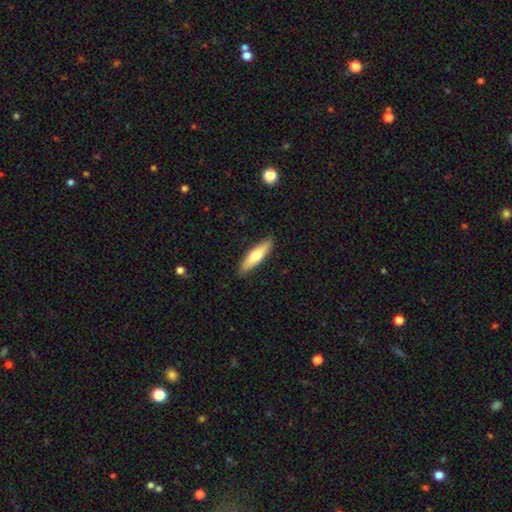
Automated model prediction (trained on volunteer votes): A smooth galaxy with no disk features (62%) that is cigar-shaped (68%).

Vote fractions:
- Smooth or featured? smooth: 62% / featured or disk: 32% / star or artifact: 5%
- How rounded? cigar-shaped: 68% / in between: 30% / round: 2%
- Merging? none: 88% / minor disturbance: 9% / major disturbance: 2% / merger: 1%